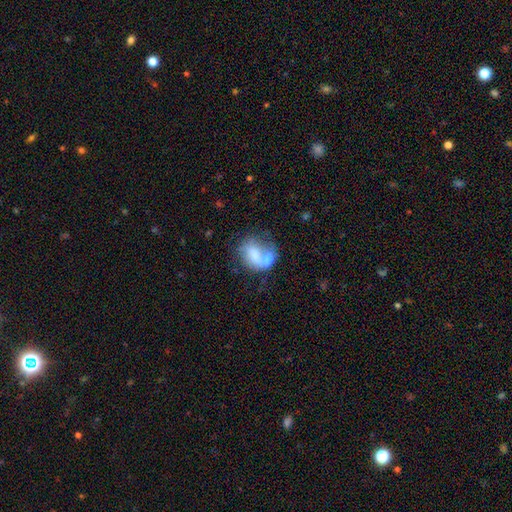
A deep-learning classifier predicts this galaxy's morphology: This is possibly a smooth galaxy (55%). How rounded: likely in between (64%). Merging: possibly merger (49%).